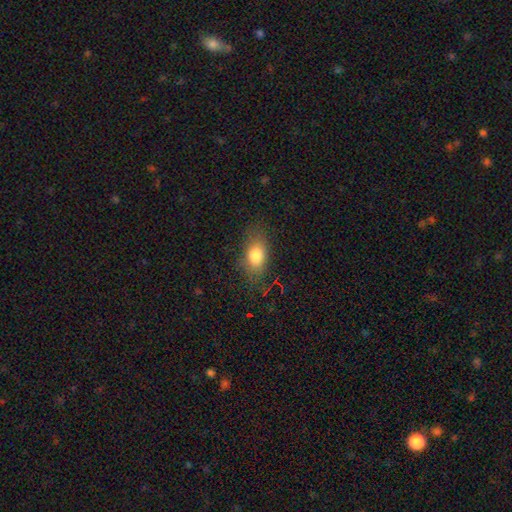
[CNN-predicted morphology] Smooth or featured? Predicted: smooth (p=0.80). How rounded? Predicted: in between (p=0.82). Merging? Predicted: none (p=0.75).